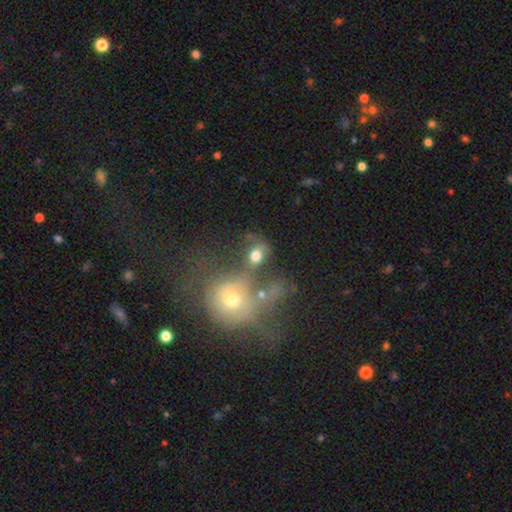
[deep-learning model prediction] Smooth or featured? smooth (67%)
How rounded? in between (52%)
Merging? none (40%)